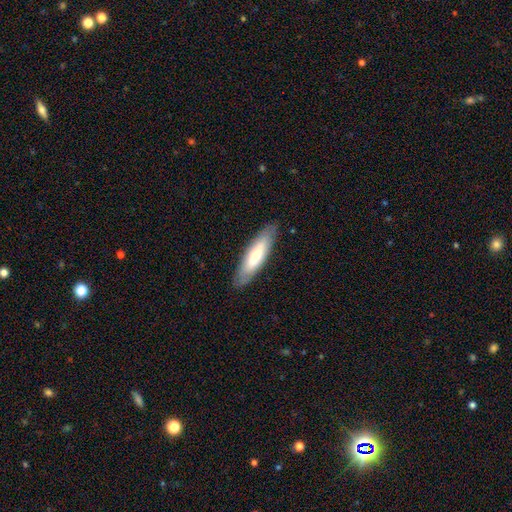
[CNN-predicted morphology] The model was most divided on "how rounded": cigar-shaped: 60%, in between: 38%, round: 1%. More confident: merging — none (85%); smooth or featured — smooth (61%).